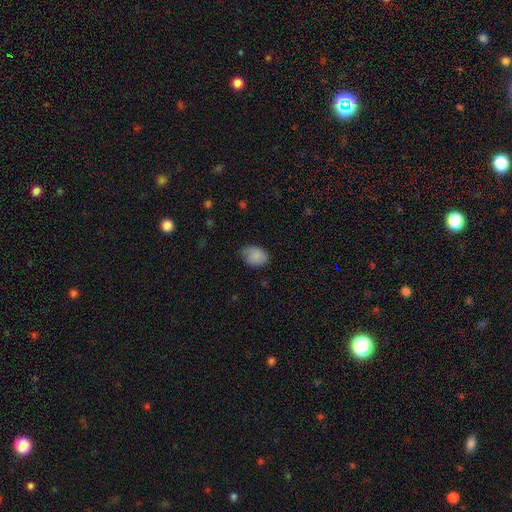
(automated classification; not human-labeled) A smooth galaxy with no disk features (87%) that is in between round and cigar-shaped (76%). Merging: none (74%).